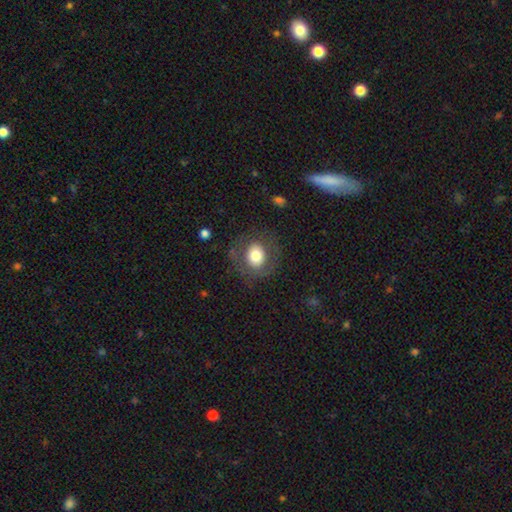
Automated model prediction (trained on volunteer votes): Overall: smooth (69%). How rounded: round (70%). Merging: none (76%).